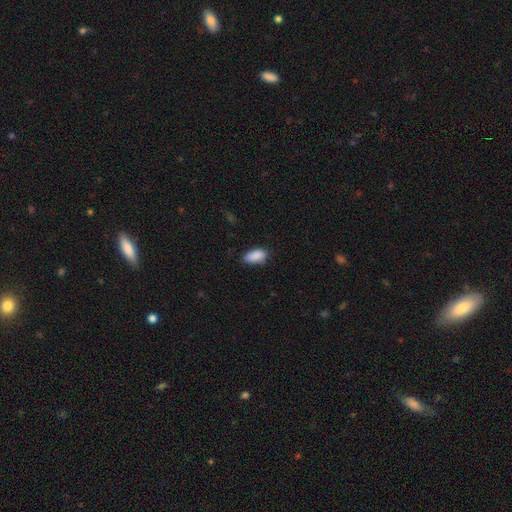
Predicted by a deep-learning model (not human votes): Overall: smooth (89%). How rounded: in between (92%). Merging: none (72%).